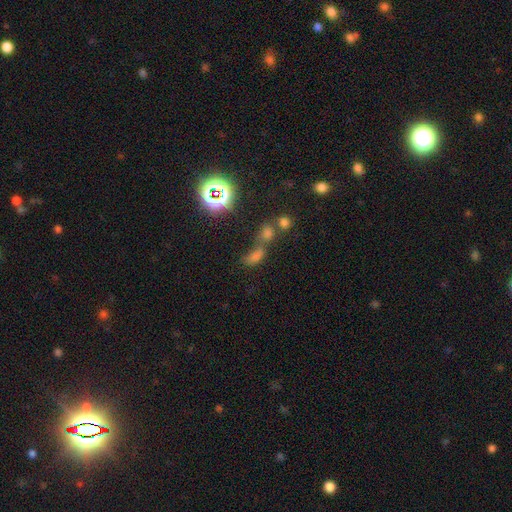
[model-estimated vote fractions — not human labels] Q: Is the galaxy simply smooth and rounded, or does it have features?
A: smooth — 49%.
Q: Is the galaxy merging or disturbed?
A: merger — 50%.